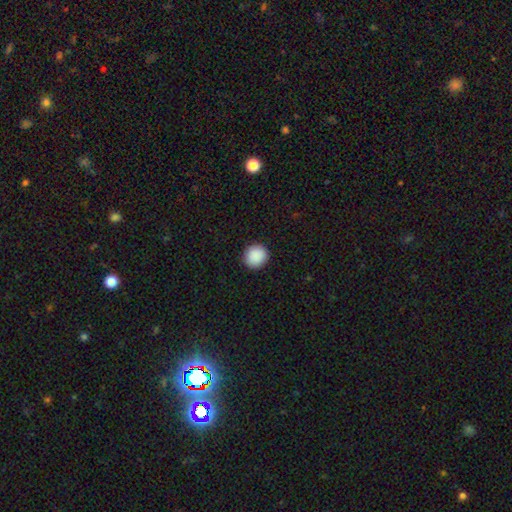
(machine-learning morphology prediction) smooth_or_featured: smooth (p=0.90) [alt: star or artifact p=0.08]
how_rounded: round (p=0.91) [alt: in between p=0.08]
merging: none (p=0.92) [alt: minor disturbance p=0.05]